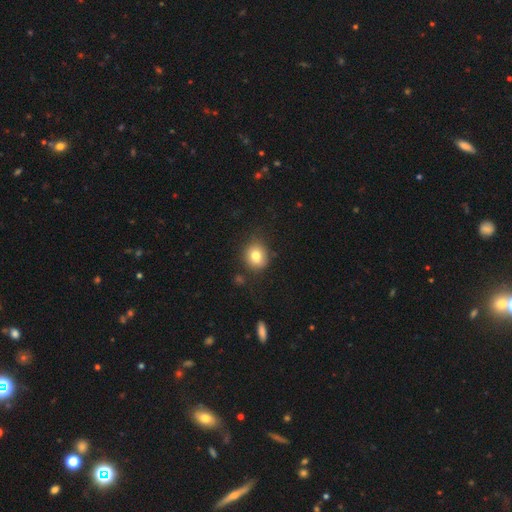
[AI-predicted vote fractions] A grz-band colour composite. It shows a smooth galaxy with no disk features (78%) that is round (76%). Merging: none (79%).